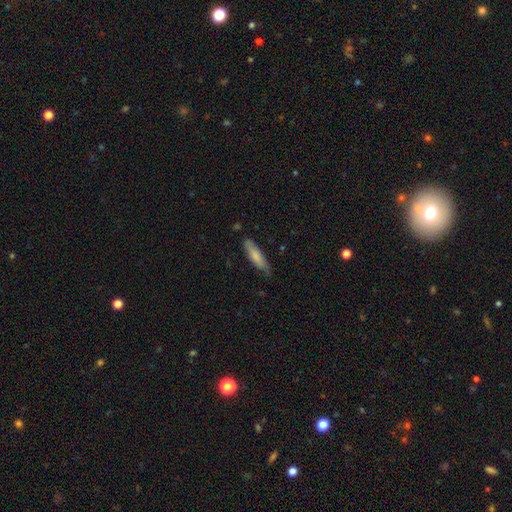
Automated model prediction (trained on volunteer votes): Overall: smooth (73%). How rounded: cigar-shaped (68%; in between 31%). Merging: none (71%).